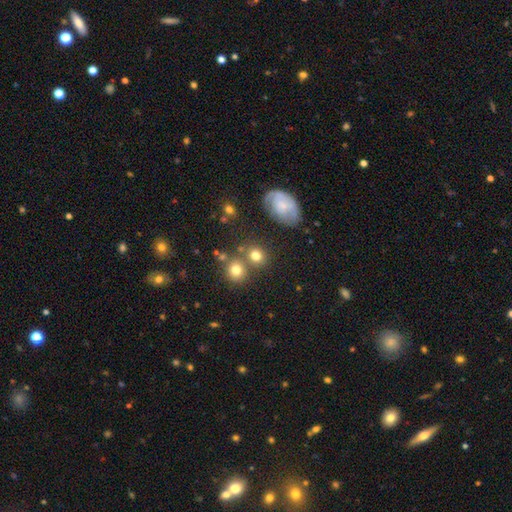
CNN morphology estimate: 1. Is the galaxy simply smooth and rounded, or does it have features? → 75% smooth, 13% featured or disk, 12% star or artifact.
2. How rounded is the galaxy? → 77% round, 22% in between, 1% cigar-shaped.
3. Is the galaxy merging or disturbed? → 65% none, 19% merger, 11% minor disturbance, 5% major disturbance.